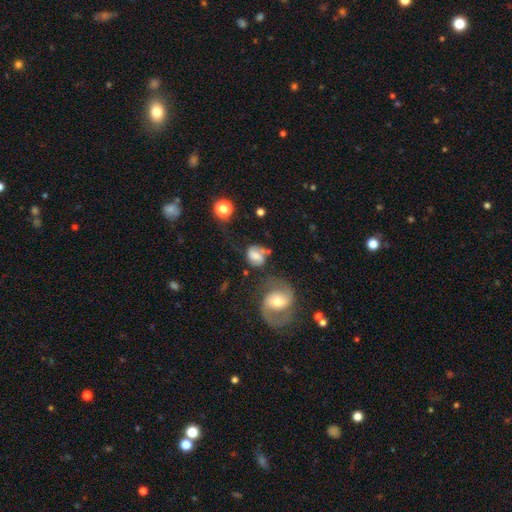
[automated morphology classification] smooth-or-featured: featured or disk: 46% | smooth: 44% | star or artifact: 10%
  merging: none: 43% | minor disturbance: 23% | merger: 17% | major disturbance: 16%